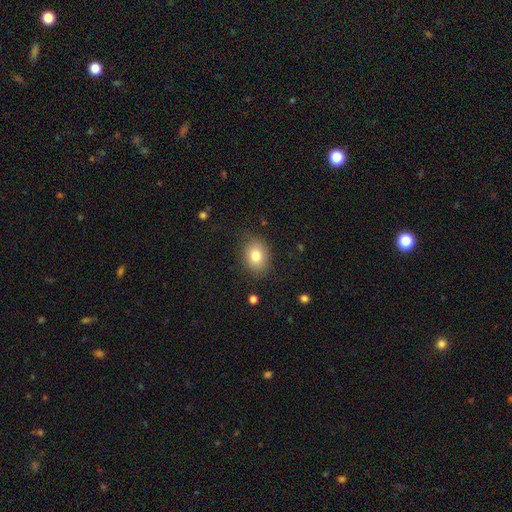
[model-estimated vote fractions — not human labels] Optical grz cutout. It shows a smooth galaxy with no disk features (80%) that is in between round and cigar-shaped (63%). Merging: none (83%).